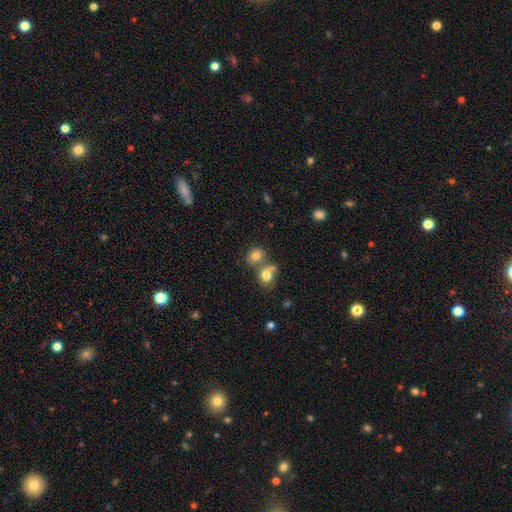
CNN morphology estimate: A smooth galaxy with no disk features (79%) that is round (63%). Merging: none (47%).